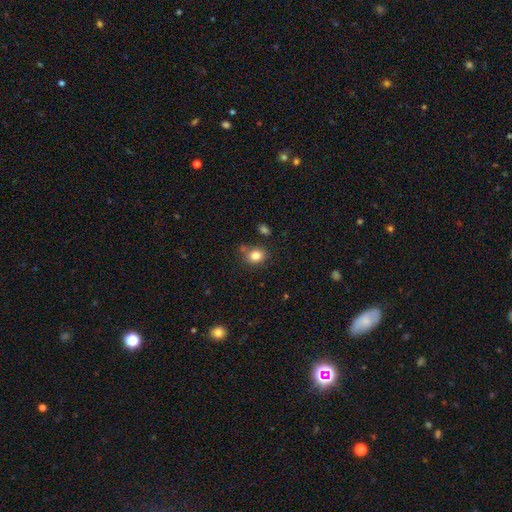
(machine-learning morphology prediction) smooth-or-featured: smooth: 83% | star or artifact: 11% | featured or disk: 6%
  how-rounded: round: 58% | in between: 41% | cigar-shaped: 1%
  merging: none: 74% | minor disturbance: 14% | merger: 8% | major disturbance: 4%